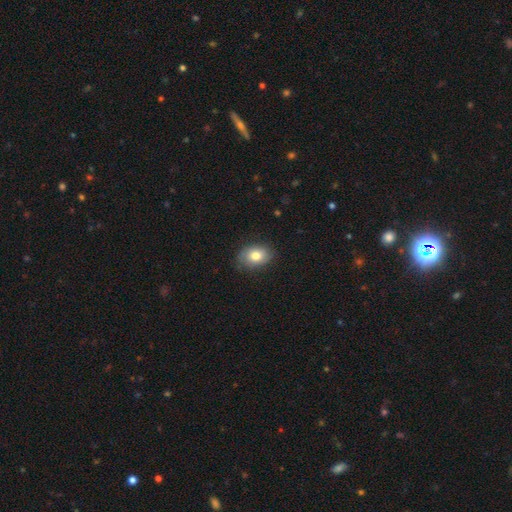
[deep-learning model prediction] smooth_or_featured: smooth (p=0.78) [alt: featured or disk p=0.15]
how_rounded: in between (p=0.74) [alt: round p=0.25]
merging: none (p=0.80) [alt: minor disturbance p=0.16]